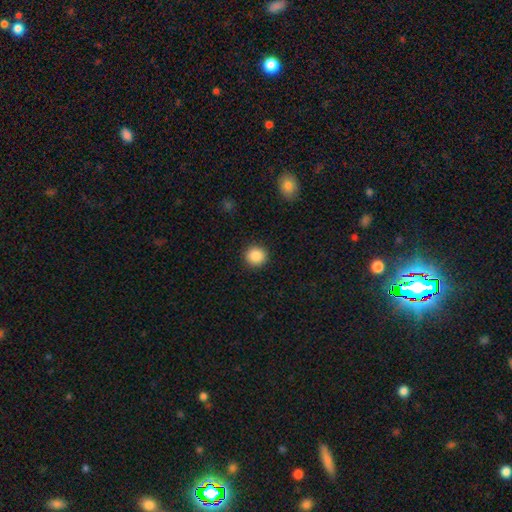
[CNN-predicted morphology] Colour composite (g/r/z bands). It shows a smooth galaxy with no disk features (88%) that is round (93%). Merging: none (92%).